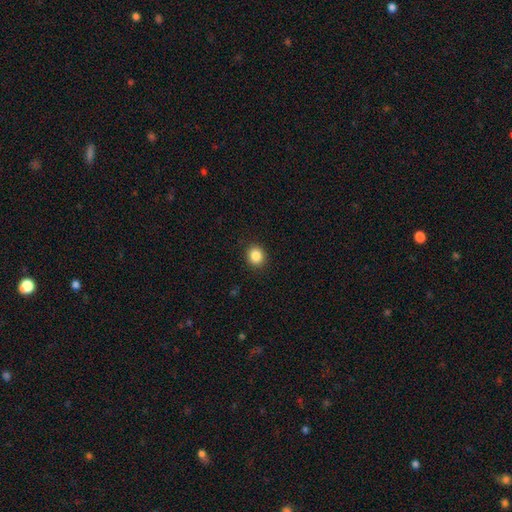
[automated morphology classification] A smooth galaxy with no disk features (86%) that is round (80%). Merging: none (91%).